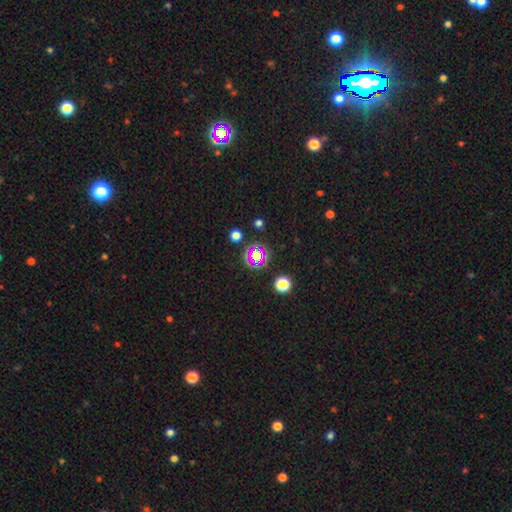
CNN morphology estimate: Smooth or featured?
  - star or artifact: 59% *
  - smooth: 29%
  - featured or disk: 12%